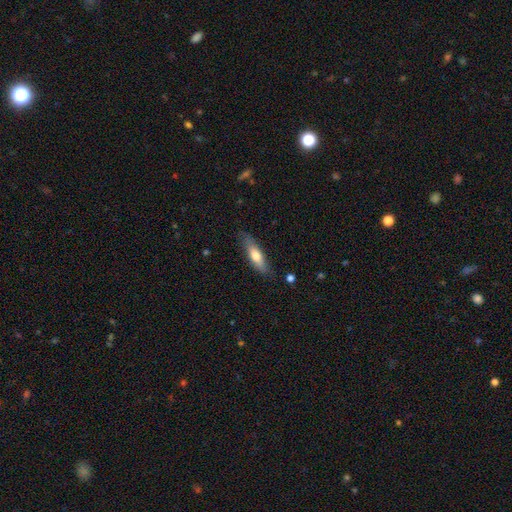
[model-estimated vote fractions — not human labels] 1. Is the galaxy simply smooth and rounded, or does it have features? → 66% smooth, 28% featured or disk, 6% star or artifact.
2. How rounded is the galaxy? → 59% cigar-shaped, 39% in between, 2% round.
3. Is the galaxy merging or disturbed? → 77% none, 18% minor disturbance, 4% major disturbance, 2% merger.